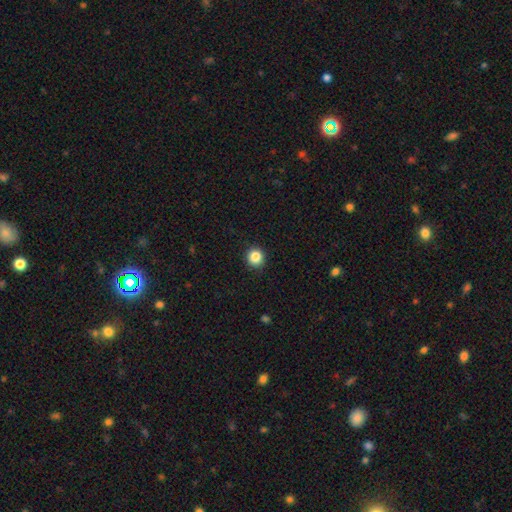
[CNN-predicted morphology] Smooth or featured? smooth (86%)
How rounded? round (92%)
Merging? none (92%)